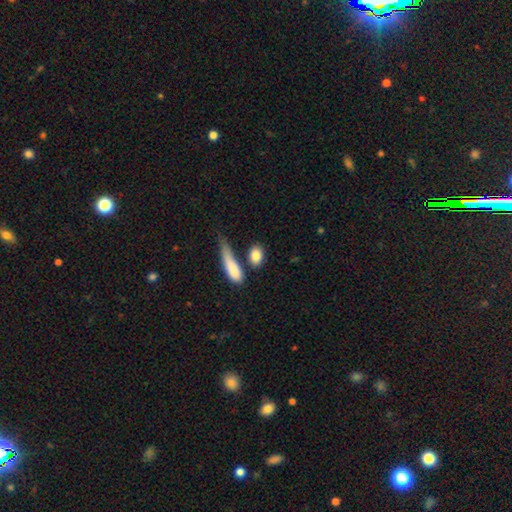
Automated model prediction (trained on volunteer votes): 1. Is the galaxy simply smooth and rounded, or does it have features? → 85% smooth, 8% featured or disk, 7% star or artifact.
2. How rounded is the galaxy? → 65% in between, 24% round, 11% cigar-shaped.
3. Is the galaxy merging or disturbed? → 62% none, 16% minor disturbance, 14% merger, 7% major disturbance.